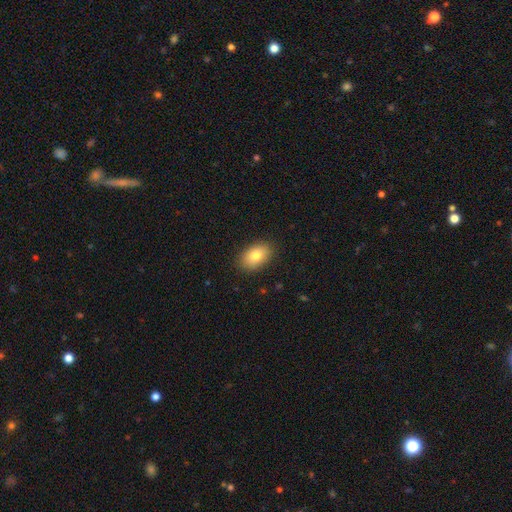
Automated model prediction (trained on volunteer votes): smooth 80%, featured or disk 12%, star or artifact 8%. Down the decision tree: how rounded — in between (88%); merging — none (87%).